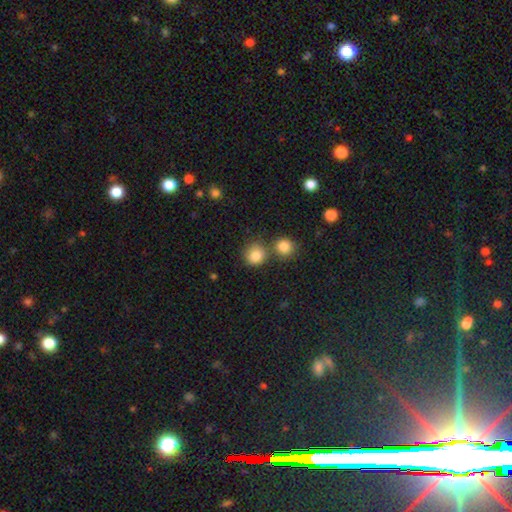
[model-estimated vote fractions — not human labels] Smooth or featured?
  - smooth: 85% *
  - star or artifact: 10%
  - featured or disk: 5%
How rounded?
  - round: 86% *
  - in between: 13%
  - cigar-shaped: 1%
Merging?
  - none: 62% *
  - merger: 23%
  - minor disturbance: 11%
  - major disturbance: 4%